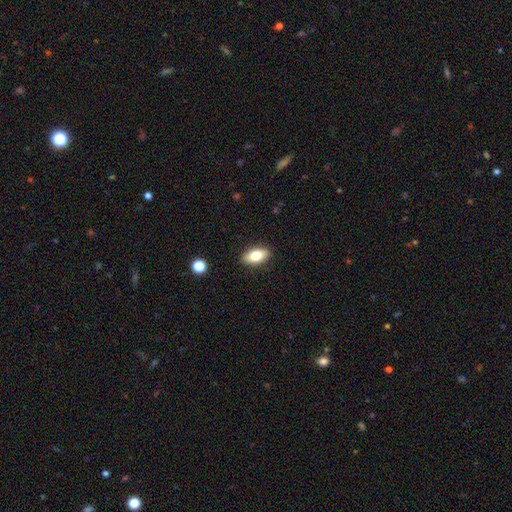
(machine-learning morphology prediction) Overall: smooth (77%). How rounded: in between (89%). Merging: none (88%).